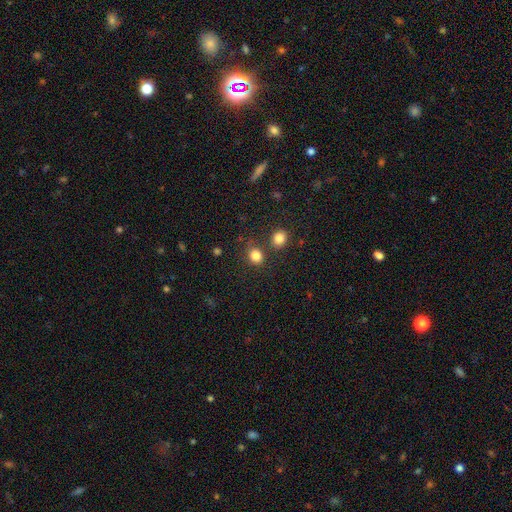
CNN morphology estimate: Smooth or featured?
  - smooth: 83% *
  - star or artifact: 13%
  - featured or disk: 5%
How rounded?
  - round: 72% *
  - in between: 27%
  - cigar-shaped: 1%
Merging?
  - none: 73% *
  - merger: 13%
  - minor disturbance: 10%
  - major disturbance: 4%